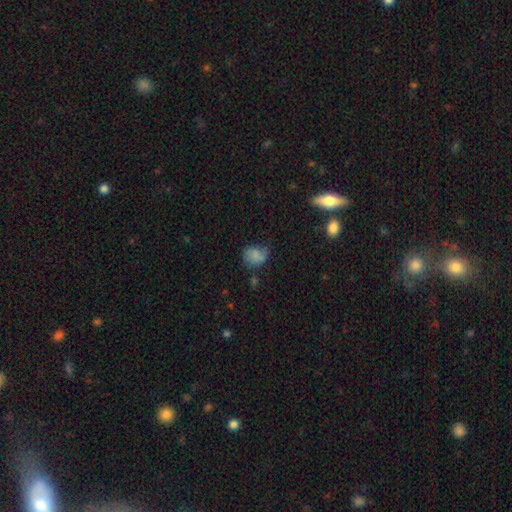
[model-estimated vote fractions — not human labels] Smooth or featured: smooth — 71% (featured or disk — 17%)
How rounded: in between — 50% (round — 49%)
Merging: none — 42% (minor disturbance — 33%)